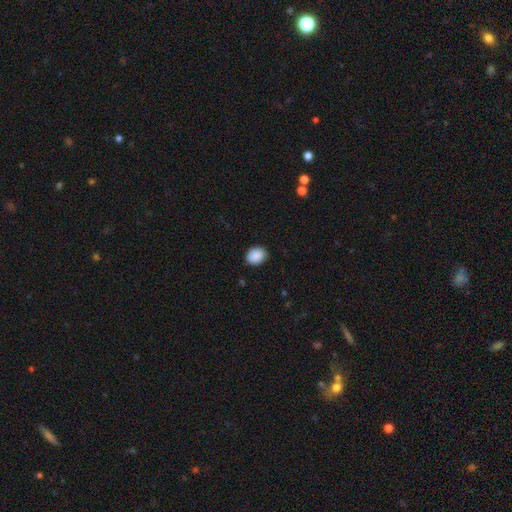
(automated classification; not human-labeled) The model was most divided on "how rounded": round: 56%, in between: 43%, cigar-shaped: 1%. More confident: smooth or featured — smooth (90%); merging — none (88%).